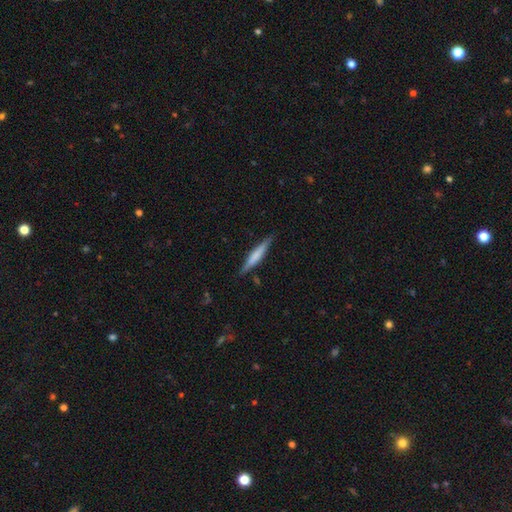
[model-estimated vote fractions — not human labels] This appears to be a smooth galaxy with no disk features (54%) that is cigar-shaped (92%). Merging: none (86%).